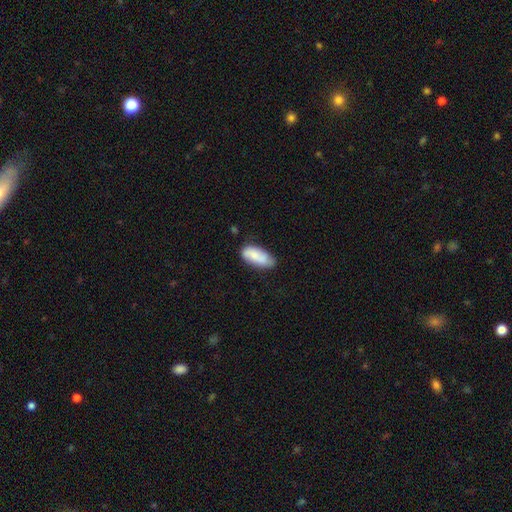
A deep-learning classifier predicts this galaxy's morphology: smooth-or-featured: smooth: 71% | featured or disk: 23% | star or artifact: 6%
  how-rounded: in between: 86% | cigar-shaped: 12% | round: 2%
  merging: none: 65% | minor disturbance: 27% | major disturbance: 5% | merger: 3%